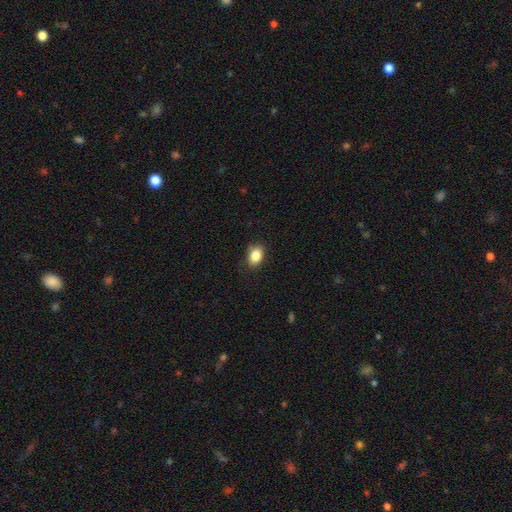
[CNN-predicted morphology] Overall: smooth (86%). How rounded: in between (79%). Merging: none (81%).